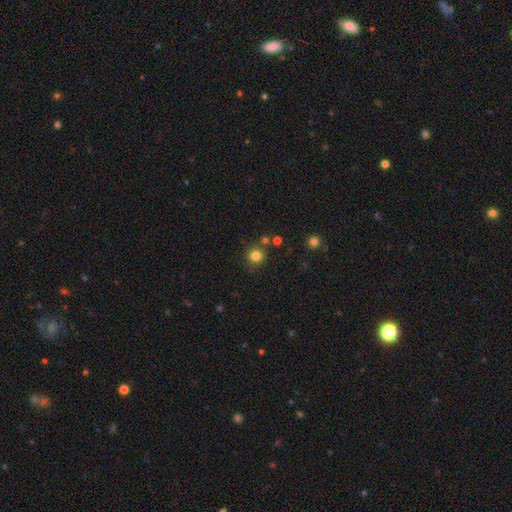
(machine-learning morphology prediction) A smooth galaxy with no disk features (82%) that is round (92%).

Vote fractions:
- Smooth or featured? smooth: 82% / star or artifact: 13% / featured or disk: 6%
- How rounded? round: 92% / in between: 7% / cigar-shaped: 1%
- Merging? none: 81% / minor disturbance: 9% / merger: 7% / major disturbance: 3%